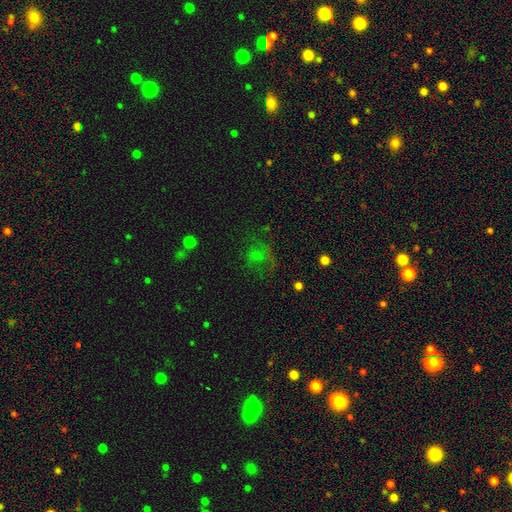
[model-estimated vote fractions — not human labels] Smooth or featured? Predicted: smooth (p=0.39). Merging? Predicted: none (p=0.47).